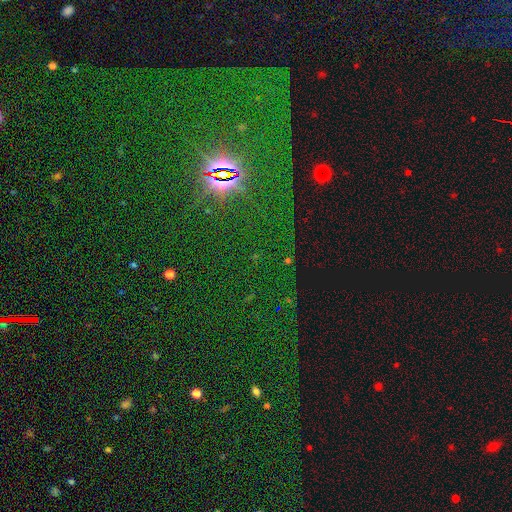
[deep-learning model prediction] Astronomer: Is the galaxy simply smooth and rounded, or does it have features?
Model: star or artifact — 78%.